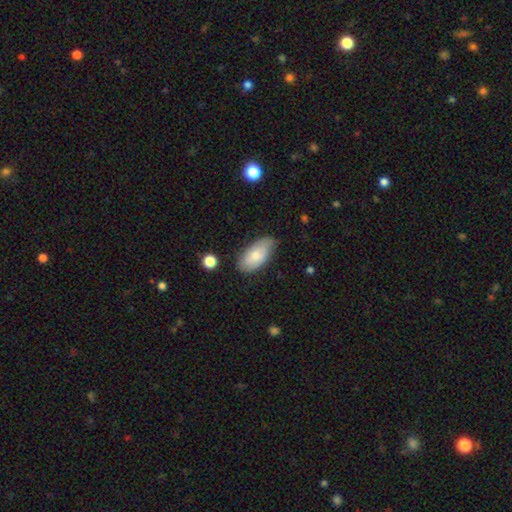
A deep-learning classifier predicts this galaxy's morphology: The model was most divided on "merging": none: 70%, minor disturbance: 24%, major disturbance: 4%, merger: 2%. More confident: how rounded — in between (94%); smooth or featured — smooth (71%).